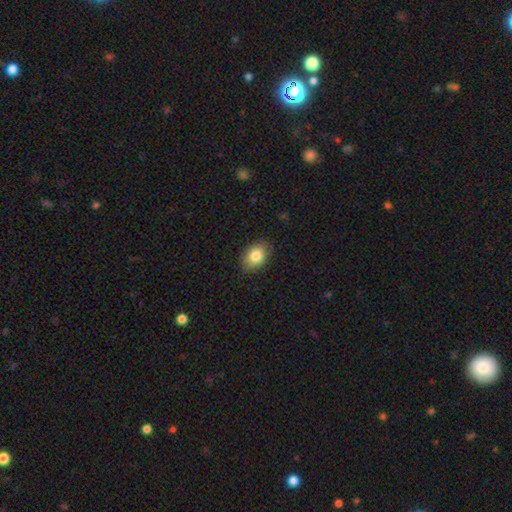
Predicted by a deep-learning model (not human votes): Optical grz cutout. It shows a smooth galaxy with no disk features (83%) that is in between round and cigar-shaped (79%). Merging: none (86%).